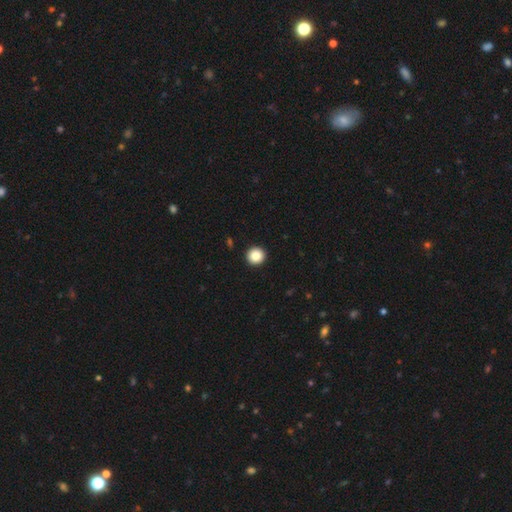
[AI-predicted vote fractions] Smooth or featured? Predicted: smooth (p=0.87). How rounded? Predicted: round (p=0.96). Merging? Predicted: none (p=0.94).